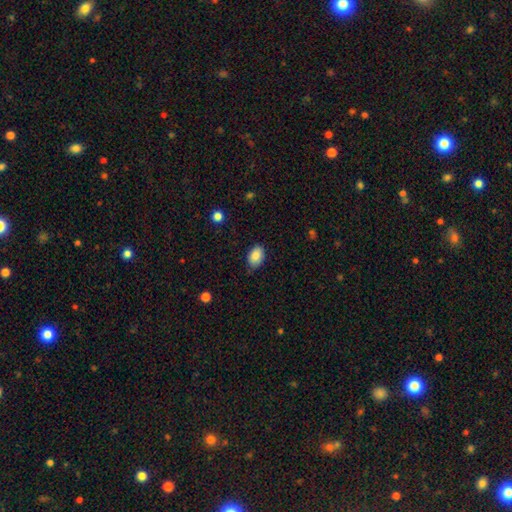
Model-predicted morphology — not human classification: Overall: smooth (86%). How rounded: in between (88%). Merging: none (73%).